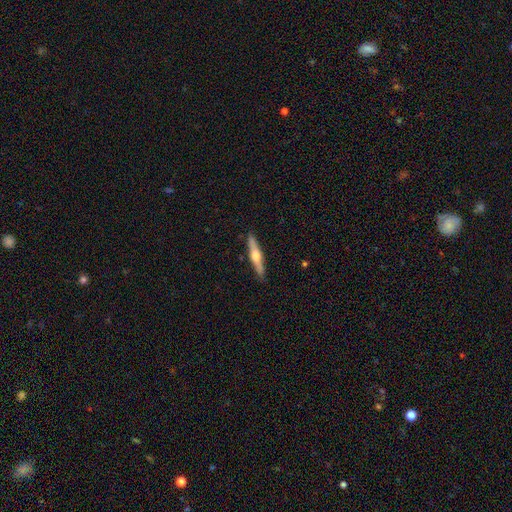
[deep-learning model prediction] Smooth or featured? featured or disk (60%)
Edge-on disk? yes (96%)
Edge-on bulge? rounded (93%)
Merging? none (90%)